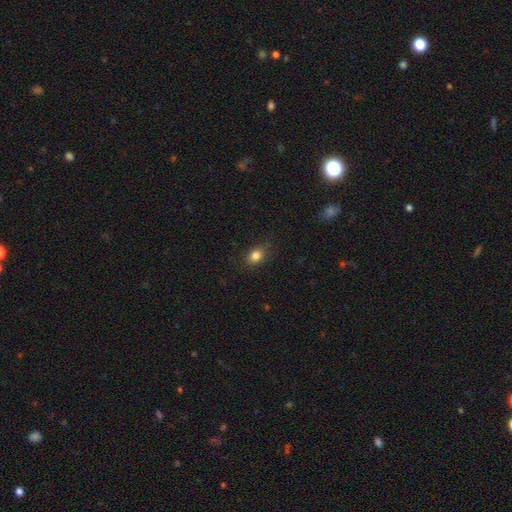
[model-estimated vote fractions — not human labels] Morphology: type=smooth (83%); roundness=in between (65%); merging=none (82%).